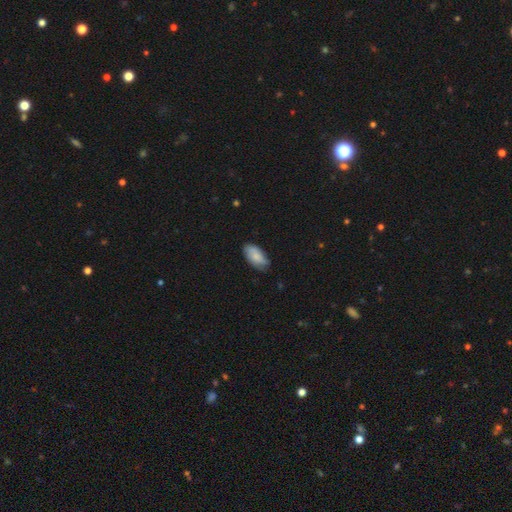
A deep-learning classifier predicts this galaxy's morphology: Q: Smooth or featured?
A: smooth (72%); runner-up: featured or disk (21%)
Q: How rounded?
A: in between (92%); runner-up: cigar-shaped (5%)
Q: Merging?
A: none (67%); runner-up: minor disturbance (27%)